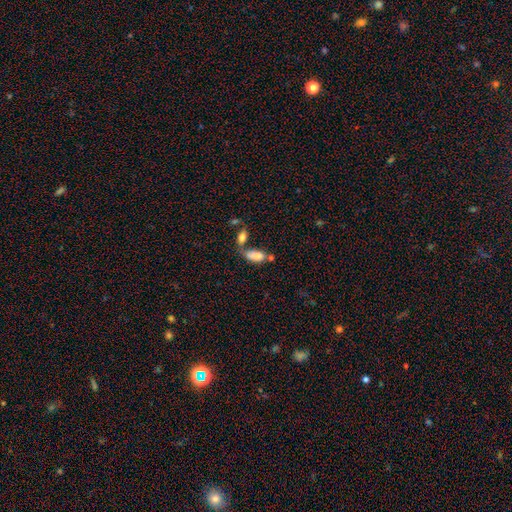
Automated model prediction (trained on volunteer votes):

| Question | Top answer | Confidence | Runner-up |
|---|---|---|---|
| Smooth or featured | smooth | 82% | featured or disk (10%) |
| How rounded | in between | 86% | cigar-shaped (11%) |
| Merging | merger | 39% | none (37%) |